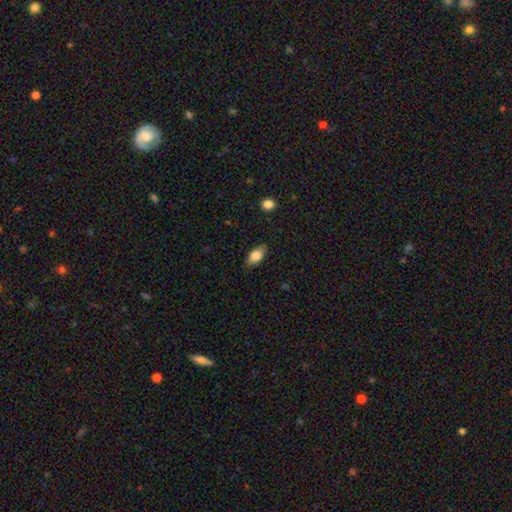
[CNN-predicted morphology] A smooth galaxy with no disk features (80%) that is in between round and cigar-shaped (88%). Merging: none (83%).